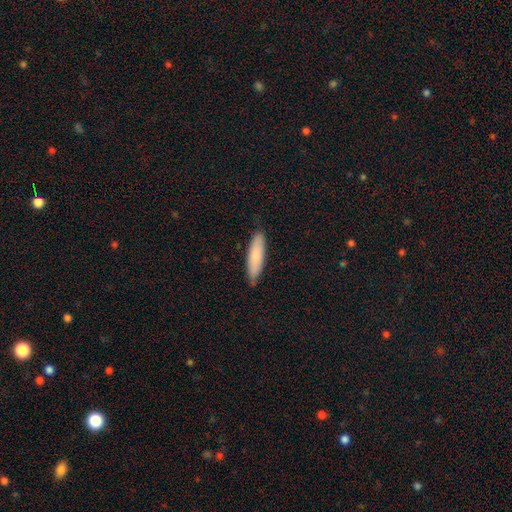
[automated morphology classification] Q: Smooth or featured?
A: smooth (83%); runner-up: featured or disk (12%)
Q: How rounded?
A: cigar-shaped (66%); runner-up: in between (32%)
Q: Merging?
A: none (84%); runner-up: minor disturbance (13%)